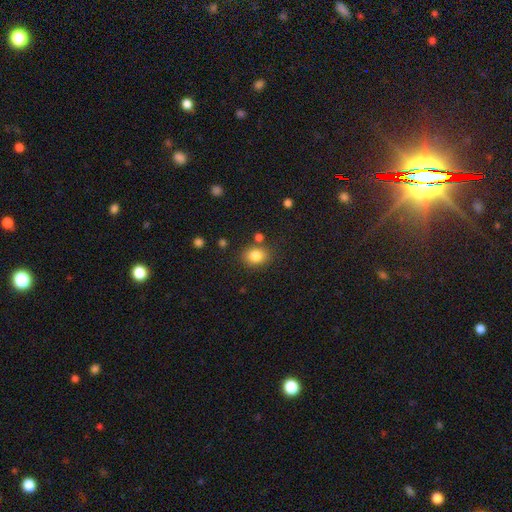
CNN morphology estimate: Smooth or featured? Predicted: smooth (p=0.83). How rounded? Predicted: round (p=0.53). Merging? Predicted: none (p=0.78).